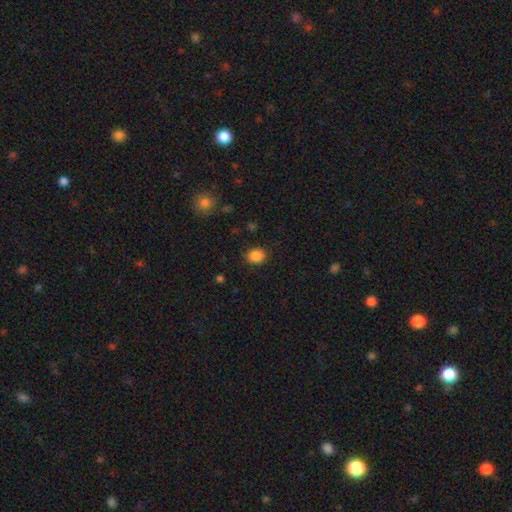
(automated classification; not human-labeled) A smooth galaxy with no disk features (87%) that is round (58%). Merging: none (86%).